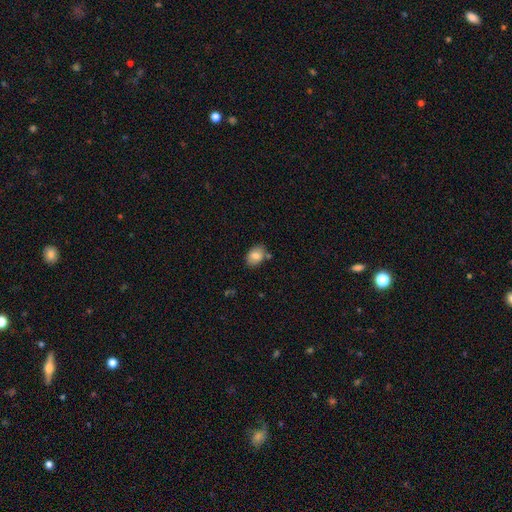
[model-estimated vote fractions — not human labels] Overall: smooth (81%). How rounded: in between (74%). Merging: none (76%).